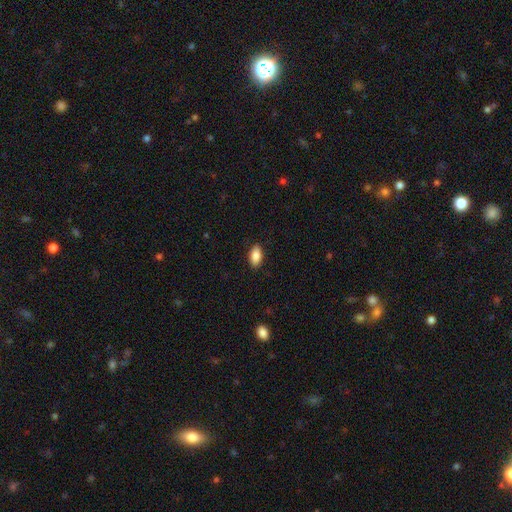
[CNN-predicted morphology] Smooth or featured? smooth (87%)
How rounded? in between (92%)
Merging? none (89%)